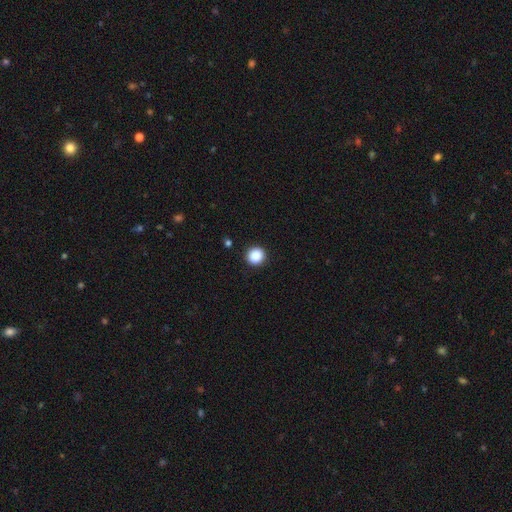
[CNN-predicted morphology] smooth-or-featured: smooth: 87% | star or artifact: 10% | featured or disk: 3%
  how-rounded: round: 93% | in between: 6% | cigar-shaped: 1%
  merging: none: 92% | minor disturbance: 5% | major disturbance: 2% | merger: 1%